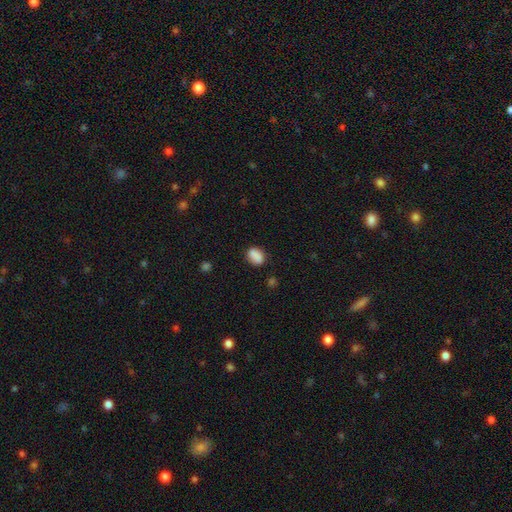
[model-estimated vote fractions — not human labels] Smooth or featured?
  - smooth: 86% *
  - star or artifact: 9%
  - featured or disk: 5%
How rounded?
  - in between: 72% *
  - round: 27%
  - cigar-shaped: 1%
Merging?
  - none: 76% *
  - minor disturbance: 16%
  - merger: 4%
  - major disturbance: 4%